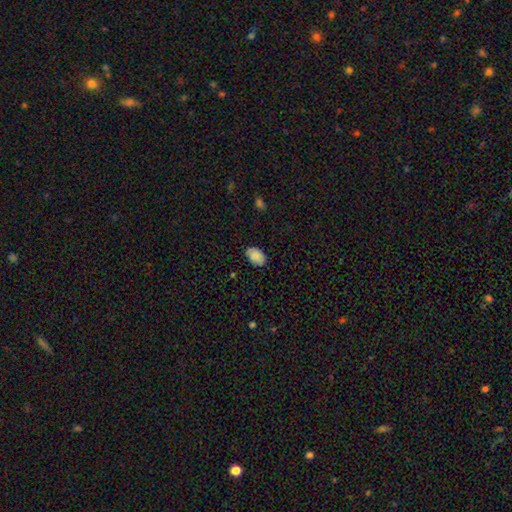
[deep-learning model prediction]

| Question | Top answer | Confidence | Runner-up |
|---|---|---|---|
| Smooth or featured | smooth | 89% | star or artifact (7%) |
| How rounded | in between | 91% | round (8%) |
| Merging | none | 85% | minor disturbance (11%) |